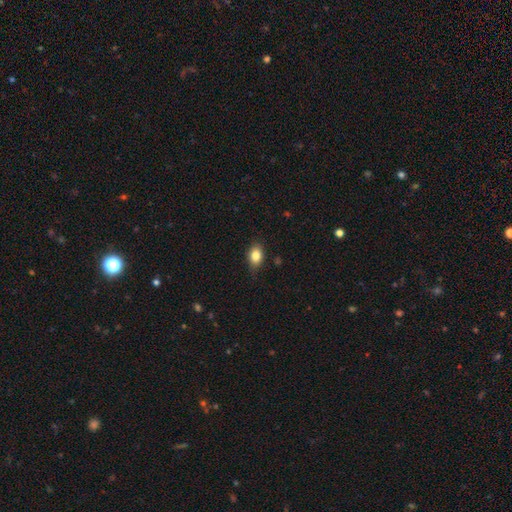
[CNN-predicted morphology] smooth 83%, star or artifact 8%, featured or disk 8%. Down the decision tree: how rounded — in between (80%); merging — none (81%).